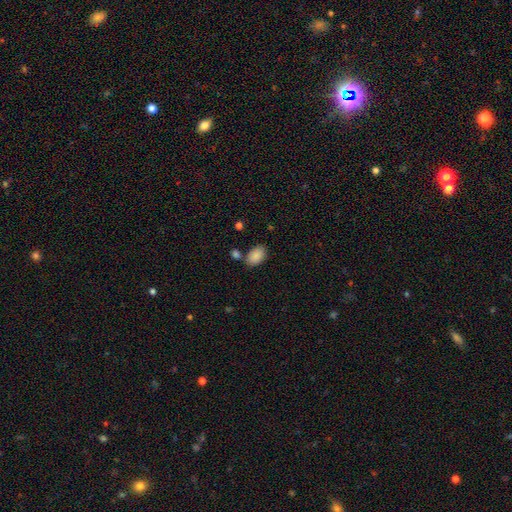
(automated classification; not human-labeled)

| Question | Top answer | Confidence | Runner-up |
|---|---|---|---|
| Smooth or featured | smooth | 89% | star or artifact (7%) |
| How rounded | in between | 91% | round (8%) |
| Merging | none | 73% | minor disturbance (14%) |